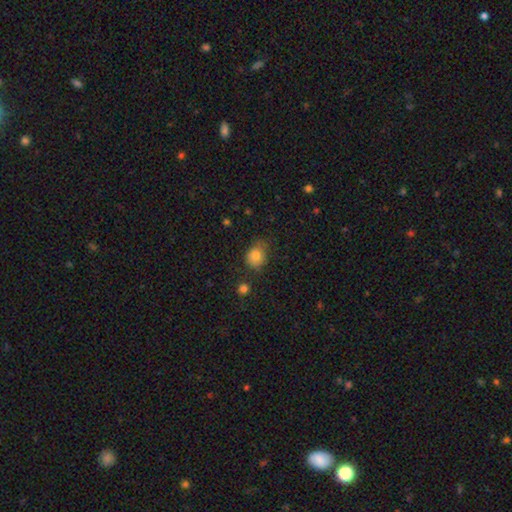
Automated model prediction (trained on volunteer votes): A smooth galaxy with no disk features (80%) that is round (59%). Merging: none (56%).